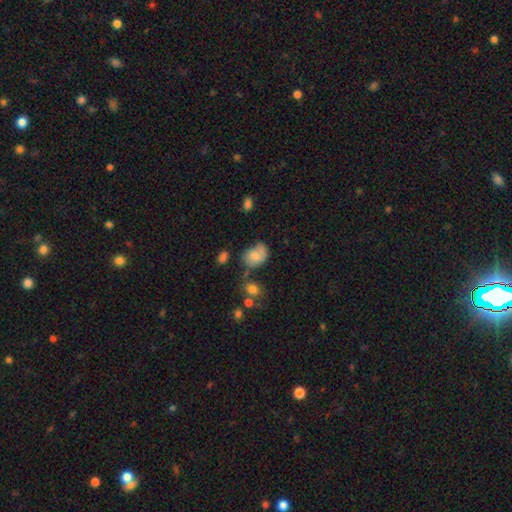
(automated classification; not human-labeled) smooth-or-featured: smooth: 71% | featured or disk: 19% | star or artifact: 10%
  how-rounded: in between: 68% | round: 31% | cigar-shaped: 1%
  merging: none: 45% | minor disturbance: 31% | major disturbance: 13% | merger: 10%